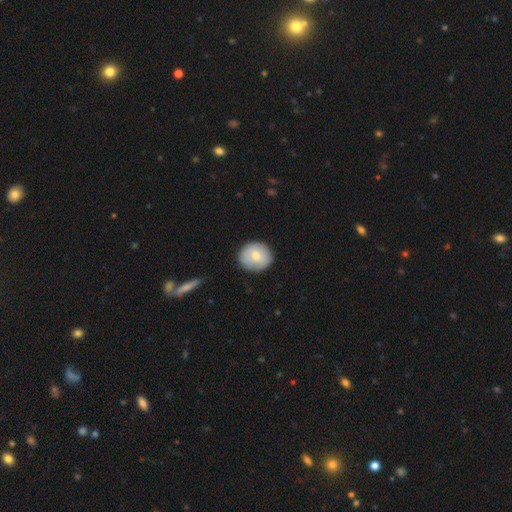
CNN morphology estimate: Smooth or featured? smooth (73%)
How rounded? round (86%)
Merging? none (86%)